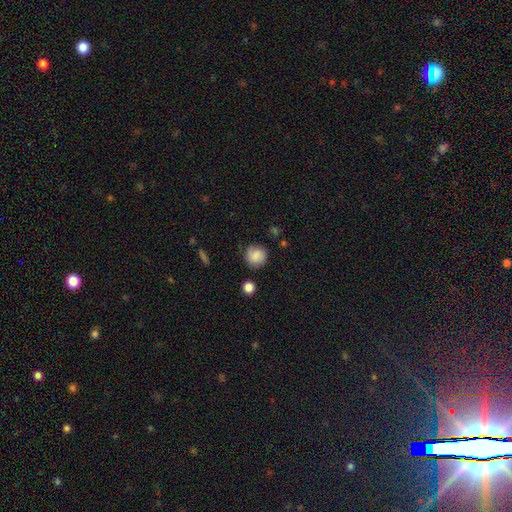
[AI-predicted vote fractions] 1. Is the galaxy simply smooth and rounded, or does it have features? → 79% smooth, 12% featured or disk, 9% star or artifact.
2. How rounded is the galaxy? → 89% round, 10% in between, 1% cigar-shaped.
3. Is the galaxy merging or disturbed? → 78% none, 15% minor disturbance, 4% major disturbance, 3% merger.